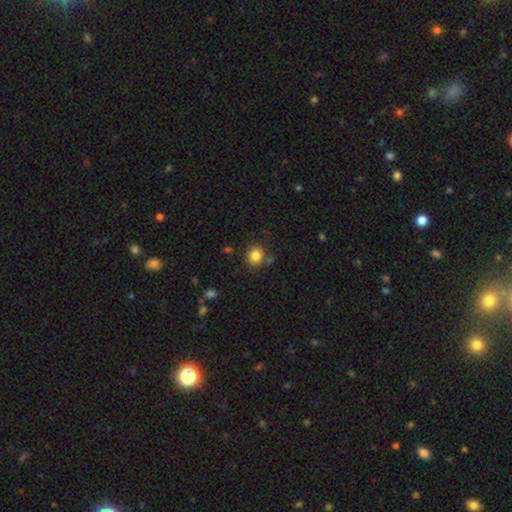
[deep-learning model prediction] Smooth or featured: smooth — 84% (star or artifact — 11%)
How rounded: round — 78% (in between — 21%)
Merging: none — 81% (minor disturbance — 10%)